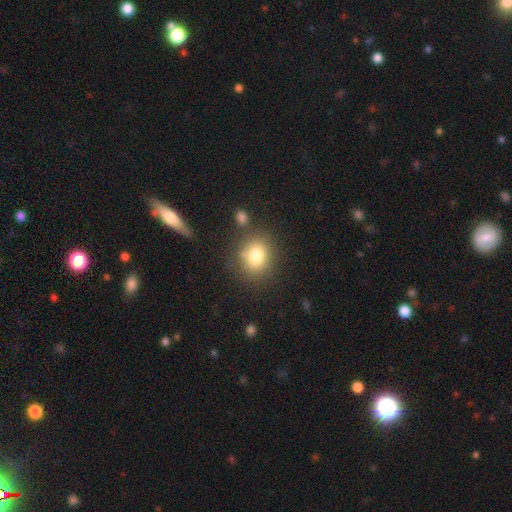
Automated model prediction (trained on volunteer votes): smooth 80%, star or artifact 11%, featured or disk 10%. Down the decision tree: how rounded — round (66%); merging — none (76%).